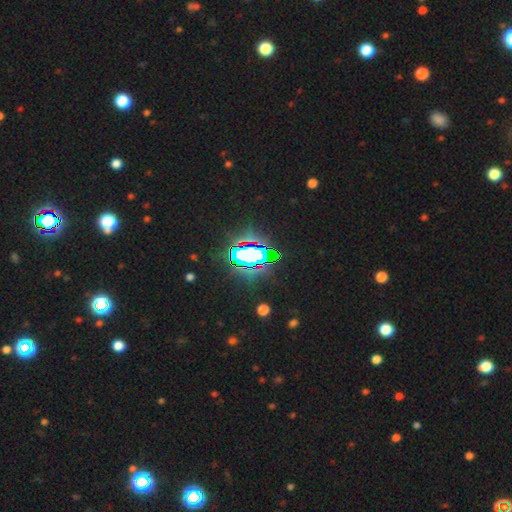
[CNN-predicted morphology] Smooth or featured? Predicted: star or artifact (p=0.80).